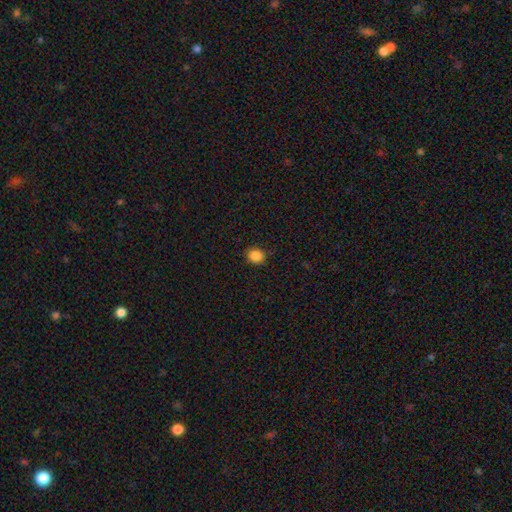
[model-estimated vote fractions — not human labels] Smooth or featured? Predicted: smooth (p=0.87). How rounded? Predicted: round (p=0.76). Merging? Predicted: none (p=0.89).